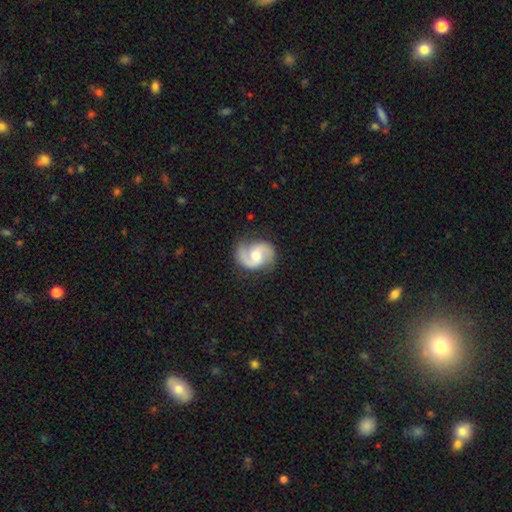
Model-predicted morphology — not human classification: Smooth or featured: featured or disk — 87% (smooth — 8%)
Edge-on disk: no — 98% (yes — 2%)
Bar: no — 46% (weak — 44%)
Spiral arms: yes — 97% (no — 3%)
Spiral winding: medium — 58% (loose — 23%)
Spiral arm count: 2 — 93% (can't tell — 2%)
Bulge size: moderate — 59% (small — 21%)
Merging: none — 80% (minor disturbance — 14%)